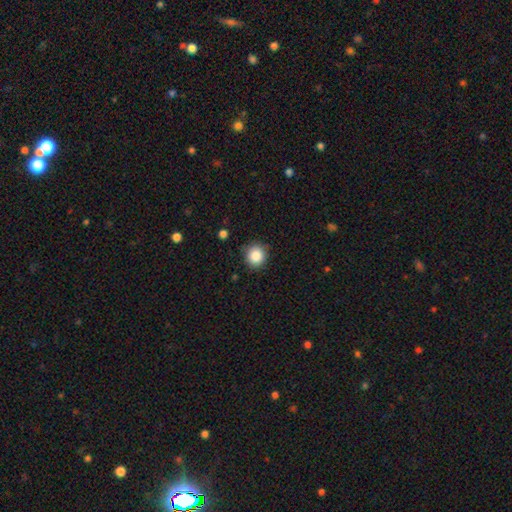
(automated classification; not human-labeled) Q: Smooth or featured?
A: smooth (86%); runner-up: star or artifact (10%)
Q: How rounded?
A: round (91%); runner-up: in between (8%)
Q: Merging?
A: none (87%); runner-up: minor disturbance (9%)